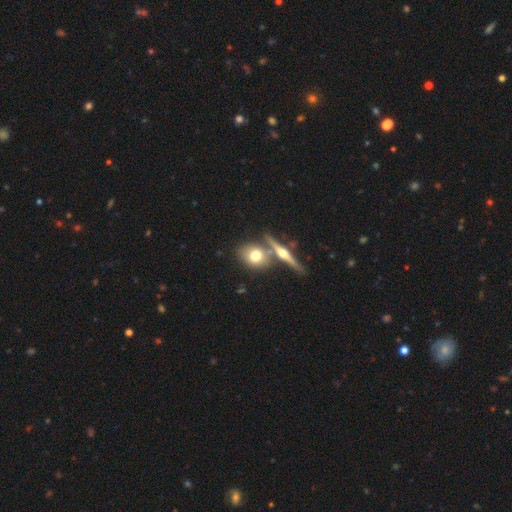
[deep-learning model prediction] smooth_or_featured: smooth (p=0.59) [alt: featured or disk p=0.33]
how_rounded: round (p=0.54) [alt: in between p=0.41]
merging: none (p=0.56) [alt: merger p=0.30]